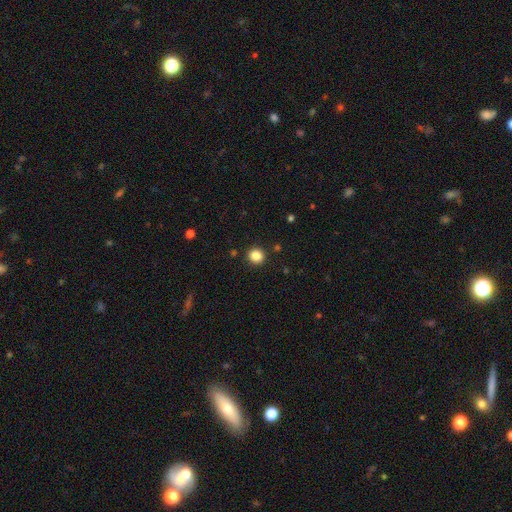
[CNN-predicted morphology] Smooth or featured? Predicted: smooth (p=0.86). How rounded? Predicted: round (p=0.87). Merging? Predicted: none (p=0.91).